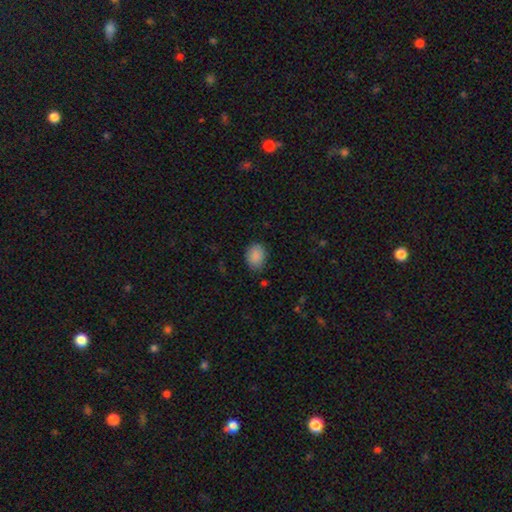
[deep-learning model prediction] Overall: smooth (88%). How rounded: in between (56%; round 43%). Merging: none (78%).